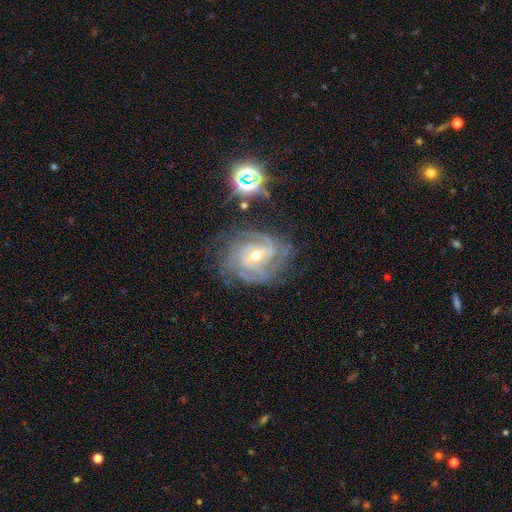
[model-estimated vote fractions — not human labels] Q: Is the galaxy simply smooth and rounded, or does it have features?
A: featured or disk — 89%.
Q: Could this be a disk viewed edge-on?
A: no — 97%.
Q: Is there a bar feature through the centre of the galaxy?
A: weak — 44%.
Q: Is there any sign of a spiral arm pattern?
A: yes — 98%.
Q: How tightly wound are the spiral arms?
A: tight — 69%.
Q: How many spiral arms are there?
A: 3 — 27%.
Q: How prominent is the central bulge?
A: moderate — 56%.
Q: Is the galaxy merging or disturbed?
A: none — 74%.